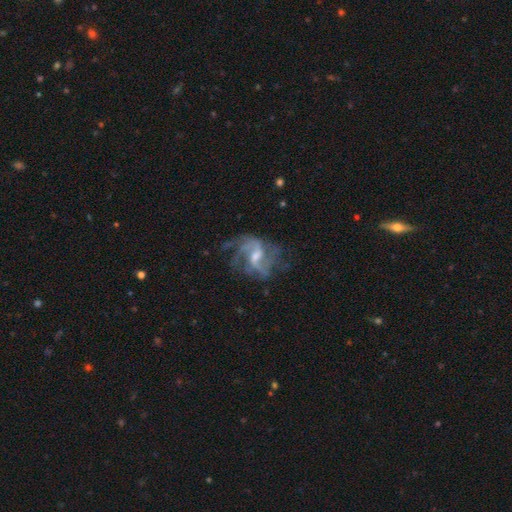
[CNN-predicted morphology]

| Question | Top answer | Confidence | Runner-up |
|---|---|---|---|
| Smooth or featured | featured or disk | 87% | star or artifact (7%) |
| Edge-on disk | no | 98% | yes (2%) |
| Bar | weak | 55% | no (23%) |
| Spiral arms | yes | 95% | no (5%) |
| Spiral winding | loose | 45% | medium (43%) |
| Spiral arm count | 2 | 51% | 3 (20%) |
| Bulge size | moderate | 48% | small (39%) |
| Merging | none | 58% | major disturbance (21%) |